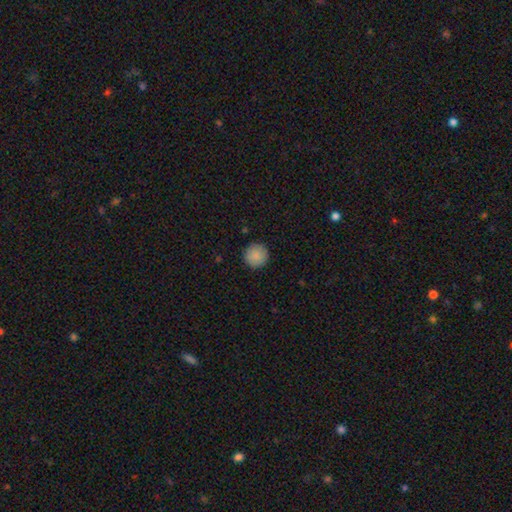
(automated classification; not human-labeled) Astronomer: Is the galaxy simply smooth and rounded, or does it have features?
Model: smooth — 89%.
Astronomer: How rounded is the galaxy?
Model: round — 96%.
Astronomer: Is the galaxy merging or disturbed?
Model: none — 91%.